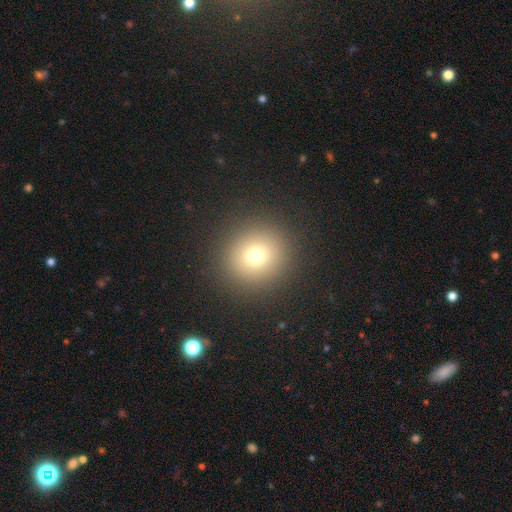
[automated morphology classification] Smooth or featured? smooth (73%)
How rounded? round (92%)
Merging? none (91%)